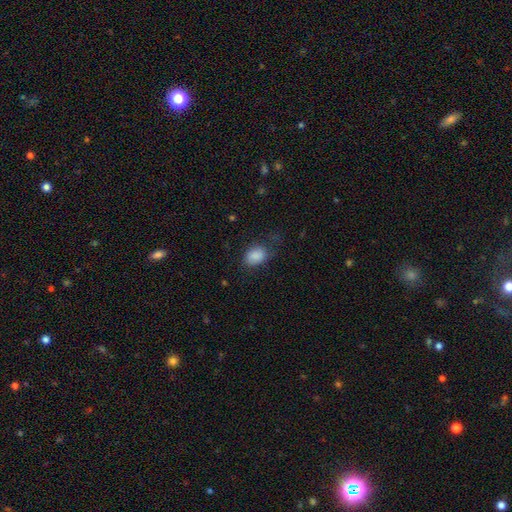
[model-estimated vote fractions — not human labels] A smooth galaxy with no disk features (86%) that is in between round and cigar-shaped (73%). Merging: none (57%).